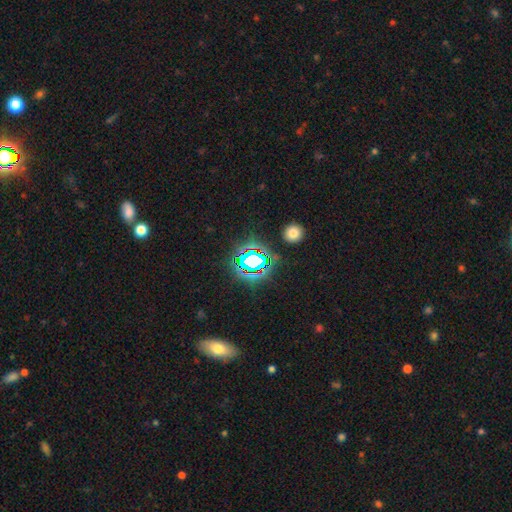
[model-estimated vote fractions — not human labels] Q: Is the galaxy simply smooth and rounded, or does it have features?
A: star or artifact — 68%.